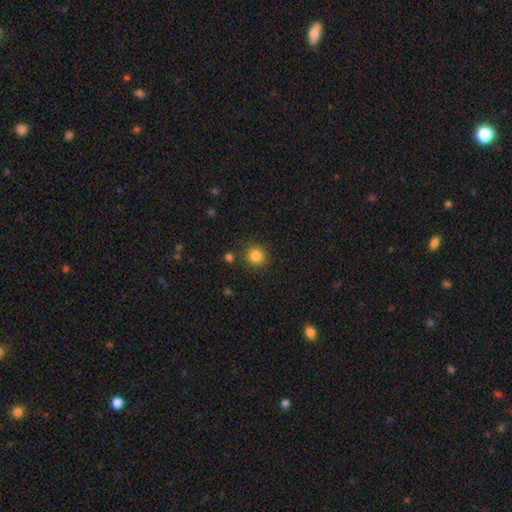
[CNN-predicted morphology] type=smooth (84%); roundness=round (91%); merging=none (86%).